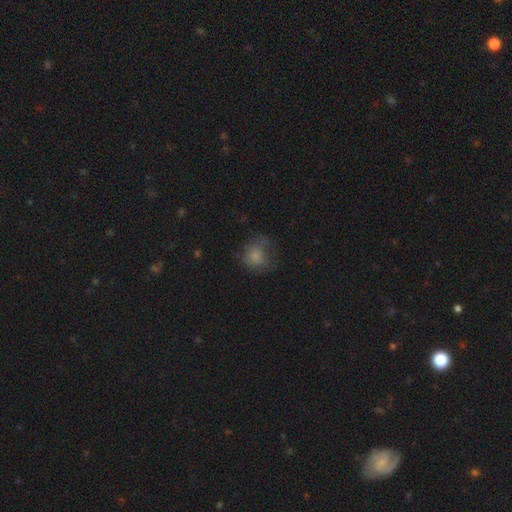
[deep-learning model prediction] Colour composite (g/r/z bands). It shows a smooth galaxy with no disk features (72%) that is round (69%). Merging: none (45%).